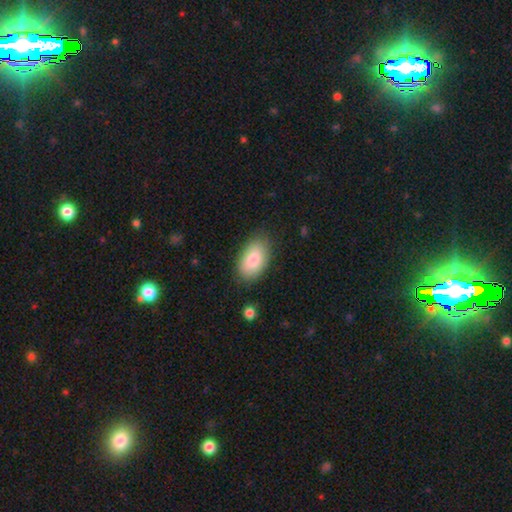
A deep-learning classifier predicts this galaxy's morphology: The model was most divided on "merging": none: 81%, minor disturbance: 14%, major disturbance: 3%, merger: 2%. More confident: how rounded — in between (94%); smooth or featured — smooth (85%).